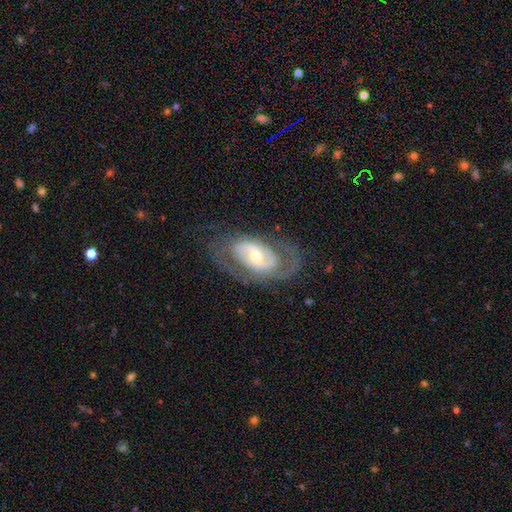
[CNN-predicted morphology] smooth-or-featured: featured or disk: 81% | smooth: 13% | star or artifact: 6%
  disk-edge-on: no: 94% | yes: 6%
    bar: no: 45% | weak: 37% | strong: 18%
    has-spiral-arms: yes: 83% | no: 17%
      spiral-winding: medium: 42% | tight: 39% | loose: 18%
      spiral-arm-count: 2: 67% | can't tell: 19% | 1: 6% | 3: 4% | 4: 2% | more than 4: 2%
    bulge-size: moderate: 52% | small: 42% | large: 4% | none: 1% | dominant: 1%
  merging: none: 66% | minor disturbance: 17% | major disturbance: 15% | merger: 1%